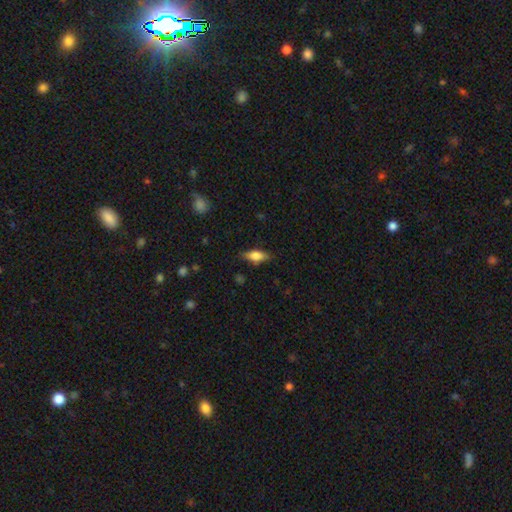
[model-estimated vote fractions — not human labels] Morphology: type=smooth (64%); roundness=in between (70%); merging=none (80%).